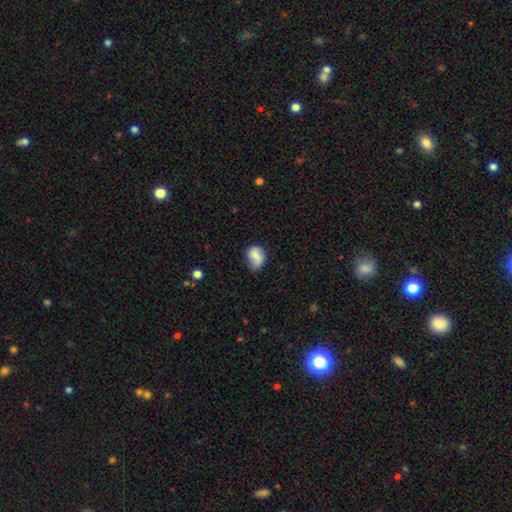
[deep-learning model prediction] A smooth galaxy with no disk features (71%) that is in between round and cigar-shaped (58%).

Vote fractions:
- Smooth or featured? smooth: 71% / featured or disk: 20% / star or artifact: 8%
- How rounded? in between: 58% / round: 41% / cigar-shaped: 1%
- Merging? none: 48% / minor disturbance: 36% / major disturbance: 13% / merger: 3%